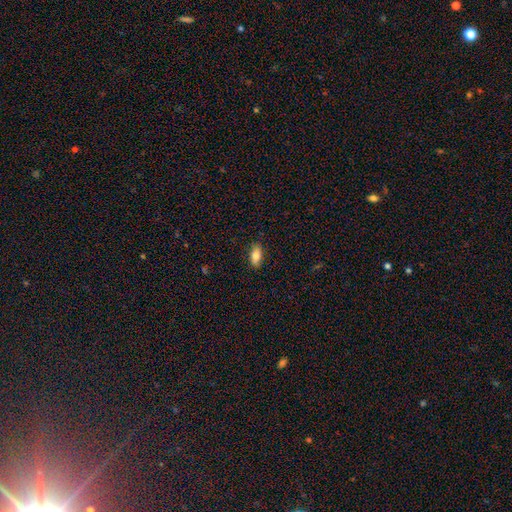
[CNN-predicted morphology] smooth 79%, featured or disk 14%, star or artifact 7%. Down the decision tree: how rounded — in between (86%); merging — none (86%).